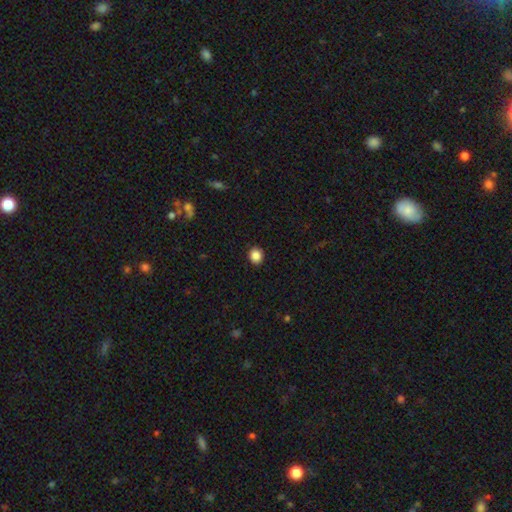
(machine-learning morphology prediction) This appears to be a smooth galaxy with no disk features (87%) that is round (72%). Merging: none (91%).